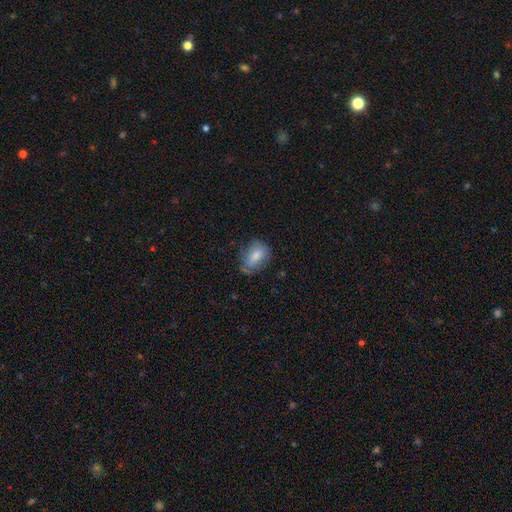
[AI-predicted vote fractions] Smooth or featured? Predicted: smooth (p=0.72). How rounded? Predicted: in between (p=0.76). Merging? Predicted: none (p=0.57).